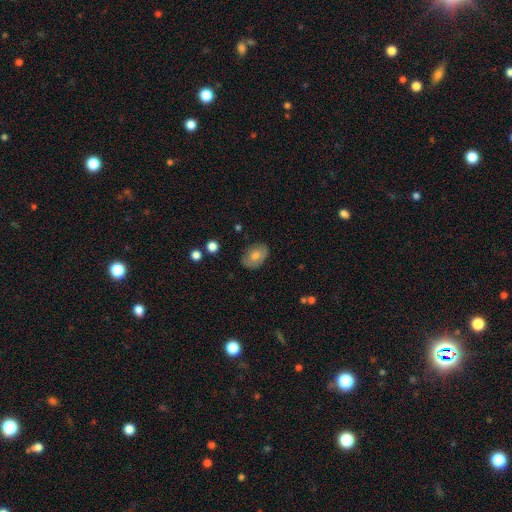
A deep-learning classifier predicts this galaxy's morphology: A smooth galaxy with no disk features (71%) that is in between round and cigar-shaped (82%). Merging: none (78%).